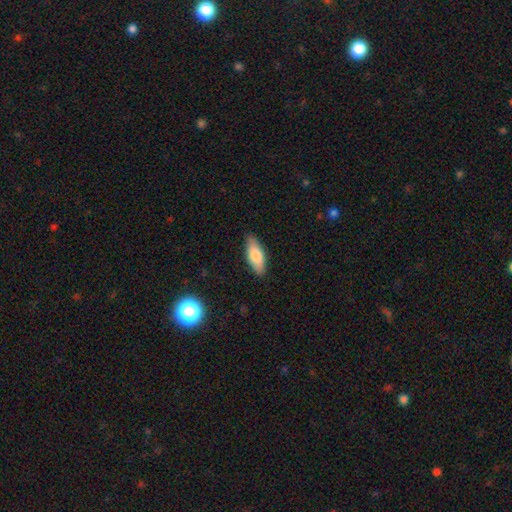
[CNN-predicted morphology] This appears to be a smooth galaxy with no disk features (80%) that is in between round and cigar-shaped (74%). Merging: none (85%).